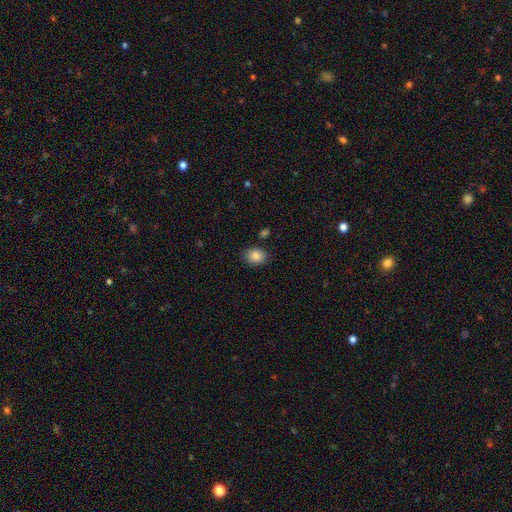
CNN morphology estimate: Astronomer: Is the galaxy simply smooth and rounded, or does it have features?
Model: smooth — 87%.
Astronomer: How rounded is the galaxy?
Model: in between — 67%.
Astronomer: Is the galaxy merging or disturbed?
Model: none — 84%.